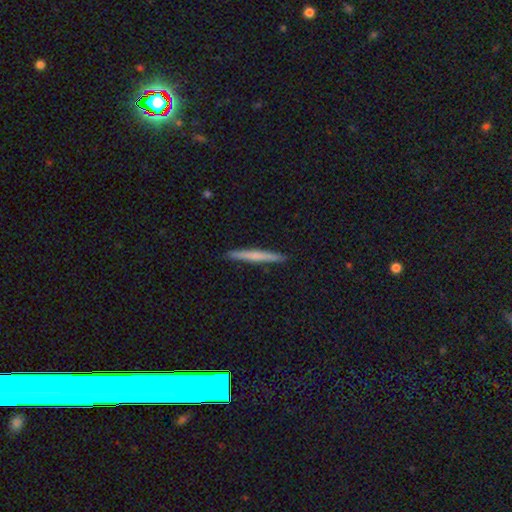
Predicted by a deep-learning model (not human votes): The model was most divided on "smooth or featured": smooth: 58%, featured or disk: 36%, star or artifact: 6%. More confident: how rounded — cigar-shaped (96%); merging — none (92%).